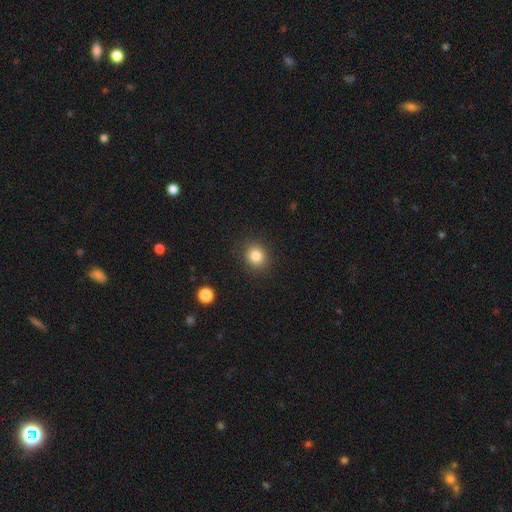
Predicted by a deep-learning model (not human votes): Smooth or featured? Predicted: smooth (p=0.83). How rounded? Predicted: round (p=0.75). Merging? Predicted: none (p=0.89).